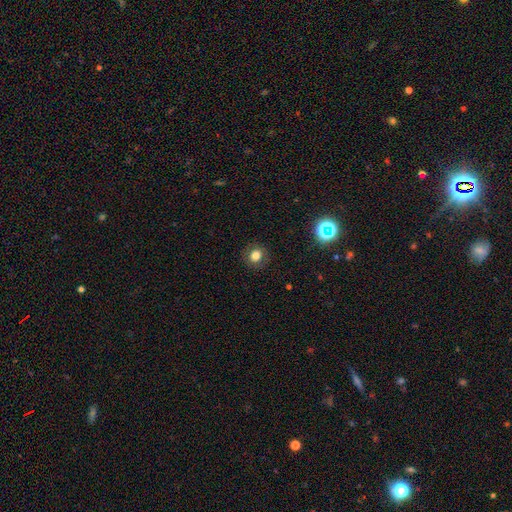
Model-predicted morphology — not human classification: smooth 75%, star or artifact 14%, featured or disk 11%. Down the decision tree: how rounded — round (82%); merging — none (88%).